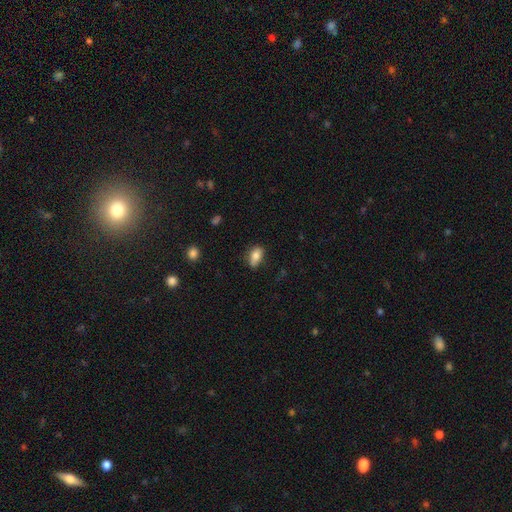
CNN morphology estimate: The model was most divided on "merging": none: 67%, minor disturbance: 26%, major disturbance: 5%, merger: 2%. More confident: how rounded — in between (87%); smooth or featured — smooth (81%).